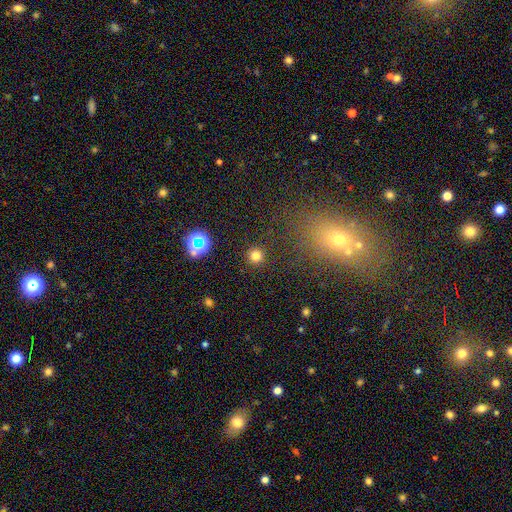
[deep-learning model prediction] smooth 78%, star or artifact 17%, featured or disk 5%. Down the decision tree: how rounded — round (96%); merging — none (92%).